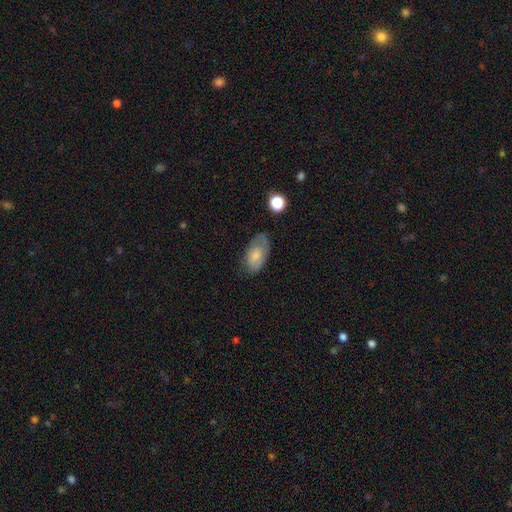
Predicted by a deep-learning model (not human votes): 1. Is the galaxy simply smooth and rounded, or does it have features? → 67% smooth, 25% featured or disk, 8% star or artifact.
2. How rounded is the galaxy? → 93% in between, 5% round, 3% cigar-shaped.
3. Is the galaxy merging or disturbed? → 59% none, 28% minor disturbance, 11% major disturbance, 2% merger.